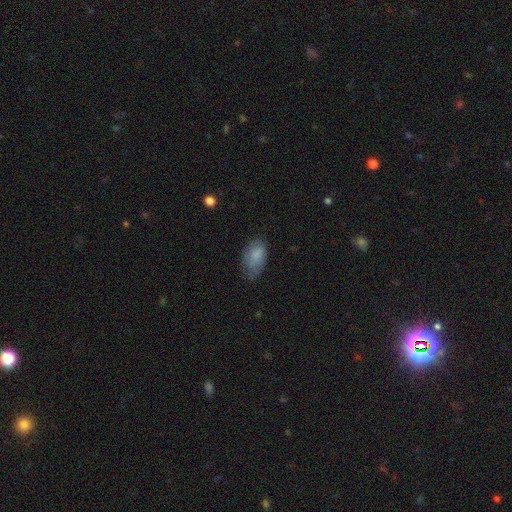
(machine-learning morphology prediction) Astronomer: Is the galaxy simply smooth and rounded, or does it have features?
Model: smooth — 83%.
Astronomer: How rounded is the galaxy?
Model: in between — 93%.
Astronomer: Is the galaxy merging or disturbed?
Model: none — 52% (runner-up: minor disturbance, 35%).